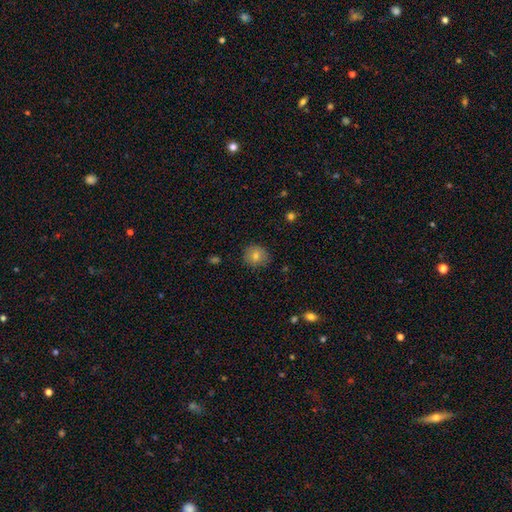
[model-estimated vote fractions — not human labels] The model was most divided on "smooth or featured": smooth: 76%, featured or disk: 13%, star or artifact: 11%. More confident: how rounded — round (89%); merging — none (86%).